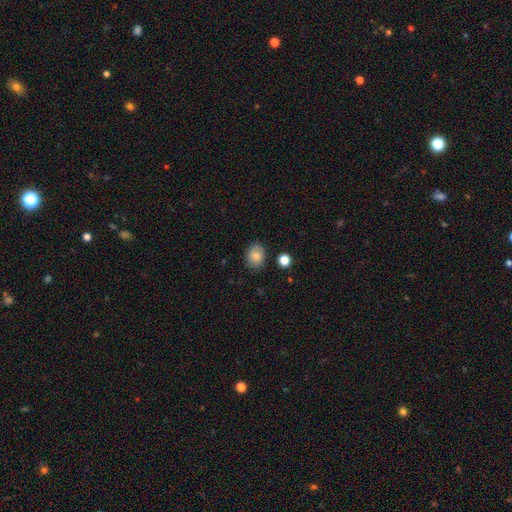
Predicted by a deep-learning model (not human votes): smooth_or_featured: smooth (p=0.84) [alt: star or artifact p=0.09]
how_rounded: in between (p=0.59) [alt: round p=0.40]
merging: none (p=0.84) [alt: minor disturbance p=0.11]